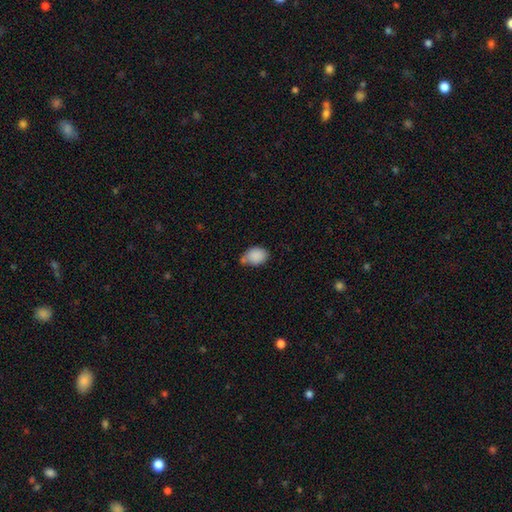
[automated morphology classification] Q: Smooth or featured?
A: smooth (87%); runner-up: star or artifact (8%)
Q: How rounded?
A: in between (69%); runner-up: round (30%)
Q: Merging?
A: none (48%); runner-up: minor disturbance (31%)